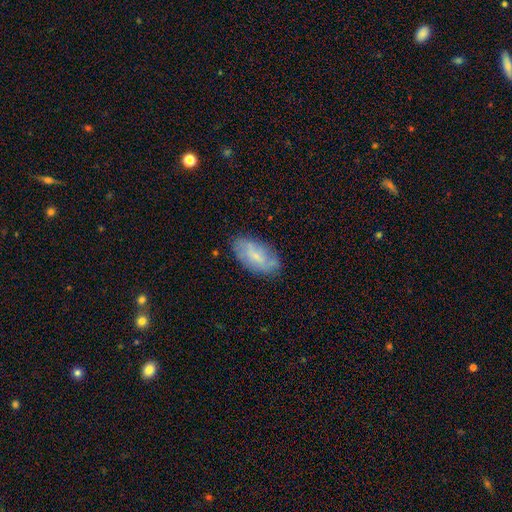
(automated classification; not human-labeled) smooth 54%, featured or disk 39%, star or artifact 7%. Down the decision tree: how rounded — in between (92%); merging — none (74%).